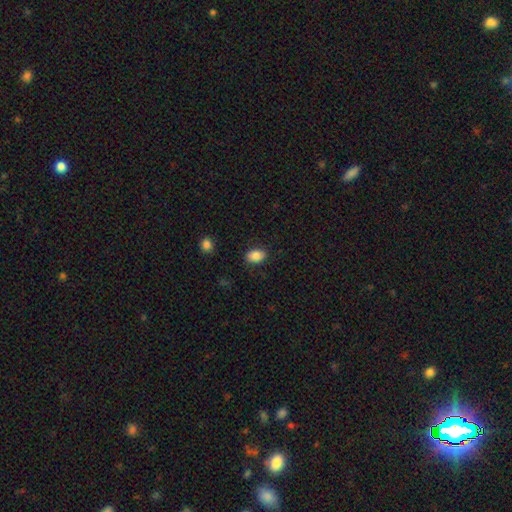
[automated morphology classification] A smooth galaxy with no disk features (86%) that is in between round and cigar-shaped (82%). Merging: none (87%).